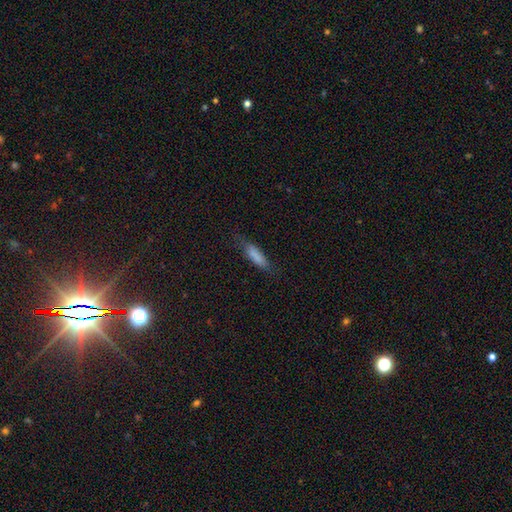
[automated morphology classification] type=smooth (80%); roundness=cigar-shaped (63%); merging=none (70%).